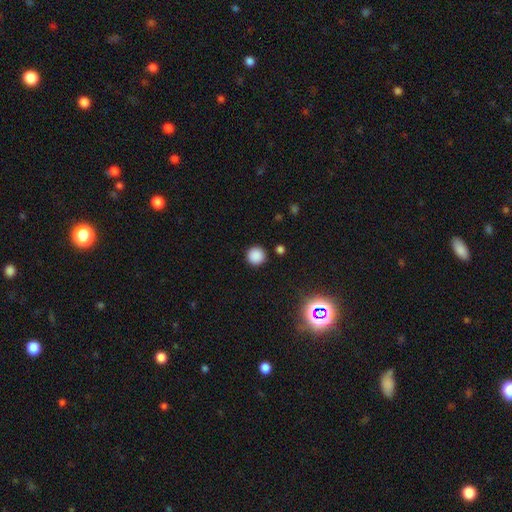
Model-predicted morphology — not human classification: smooth-or-featured: smooth: 85% | star or artifact: 12% | featured or disk: 3%
  how-rounded: round: 95% | in between: 4% | cigar-shaped: 1%
  merging: none: 90% | minor disturbance: 6% | major disturbance: 2% | merger: 2%